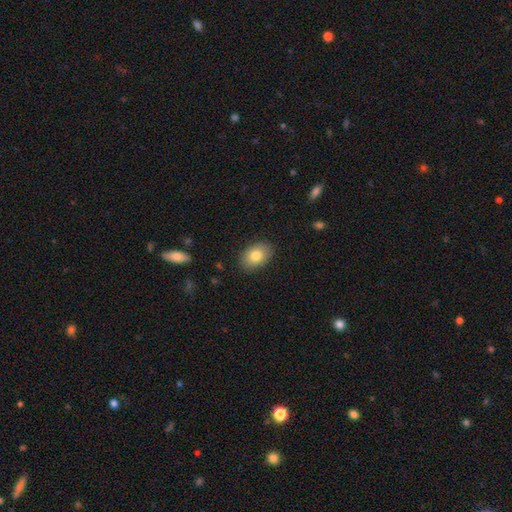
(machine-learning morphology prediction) smooth_or_featured: smooth (p=0.80) [alt: featured or disk p=0.12]
how_rounded: in between (p=0.85) [alt: round p=0.14]
merging: none (p=0.87) [alt: minor disturbance p=0.10]